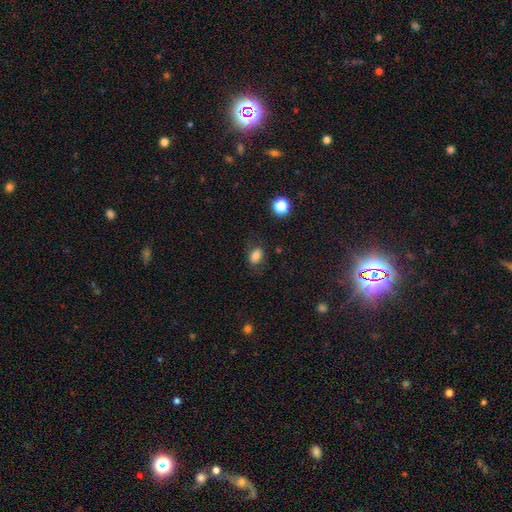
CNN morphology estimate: smooth_or_featured: smooth (p=0.82) [alt: star or artifact p=0.11]
how_rounded: in between (p=0.77) [alt: round p=0.22]
merging: none (p=0.75) [alt: minor disturbance p=0.16]